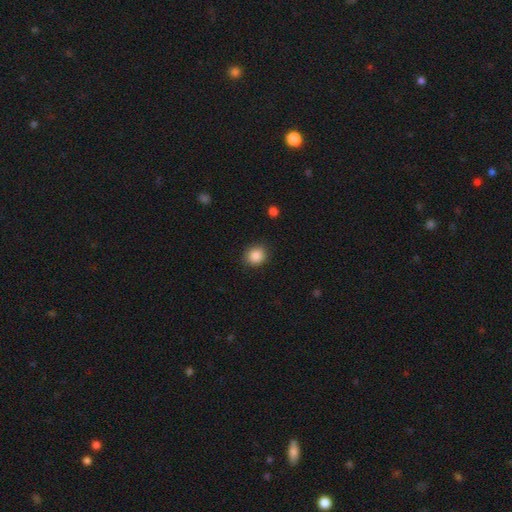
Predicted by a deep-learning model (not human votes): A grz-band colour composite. It shows a smooth galaxy with no disk features (87%) that is round (80%). Merging: none (88%).